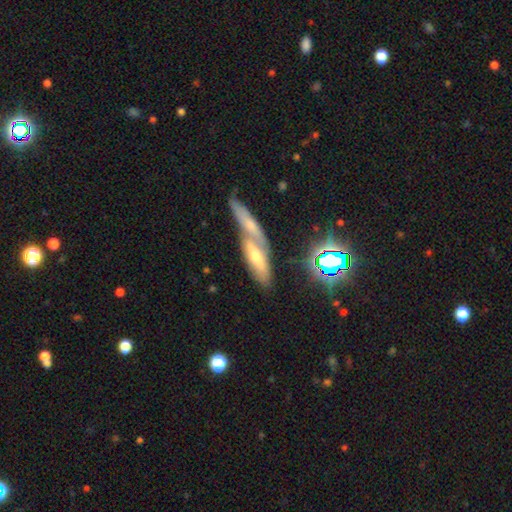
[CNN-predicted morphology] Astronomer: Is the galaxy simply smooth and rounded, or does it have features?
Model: featured or disk — 42% (runner-up: smooth, 40%).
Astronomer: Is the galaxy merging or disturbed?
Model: merger — 52% (runner-up: none, 33%).